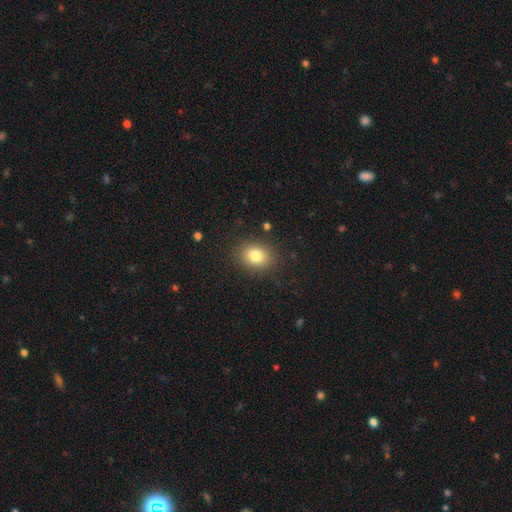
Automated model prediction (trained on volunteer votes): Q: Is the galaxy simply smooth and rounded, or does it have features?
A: smooth — 81%.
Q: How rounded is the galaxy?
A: round — 53%.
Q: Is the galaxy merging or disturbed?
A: none — 87%.